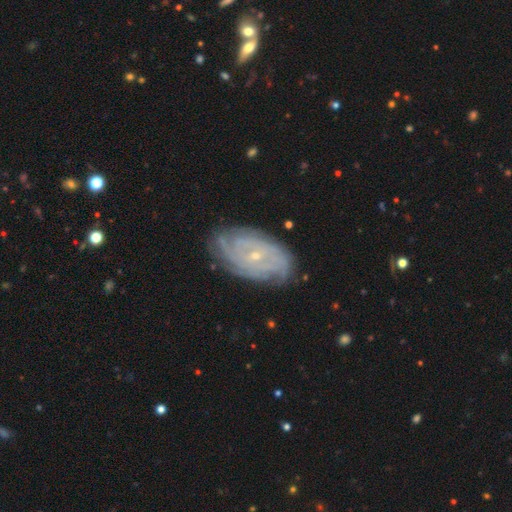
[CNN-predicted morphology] type=featured or disk (81%); edge-on=no (95%); bar=no (67%); spiral arms=yes (94%); winding=tight (77%); arm count=can't tell (41%); bulge=small (82%); merging=none (79%).